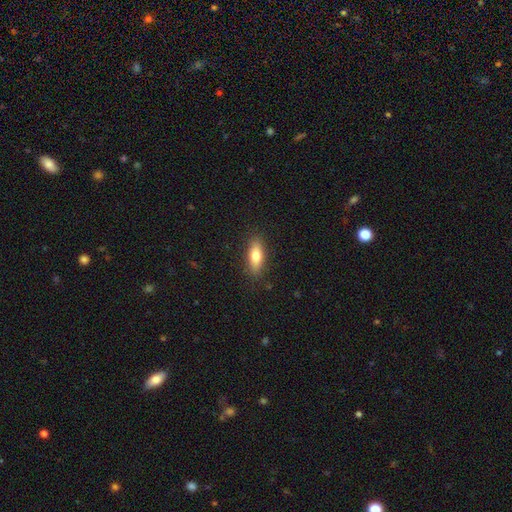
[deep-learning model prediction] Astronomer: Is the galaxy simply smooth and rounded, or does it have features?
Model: smooth — 74%.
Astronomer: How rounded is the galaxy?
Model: in between — 67%.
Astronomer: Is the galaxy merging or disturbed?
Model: none — 87%.